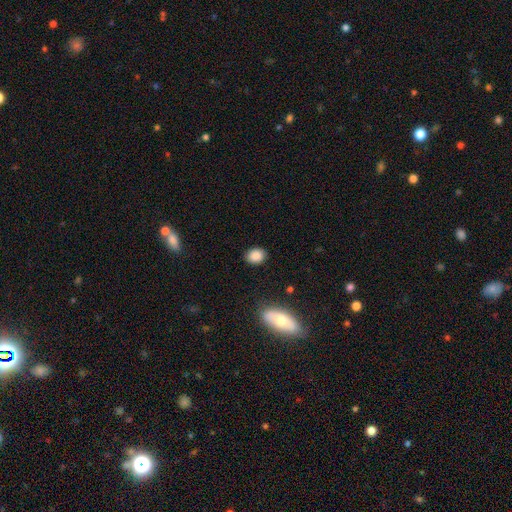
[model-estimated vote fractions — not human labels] Smooth or featured: smooth — 87% (star or artifact — 9%)
How rounded: in between — 52% (round — 46%)
Merging: none — 86% (minor disturbance — 10%)